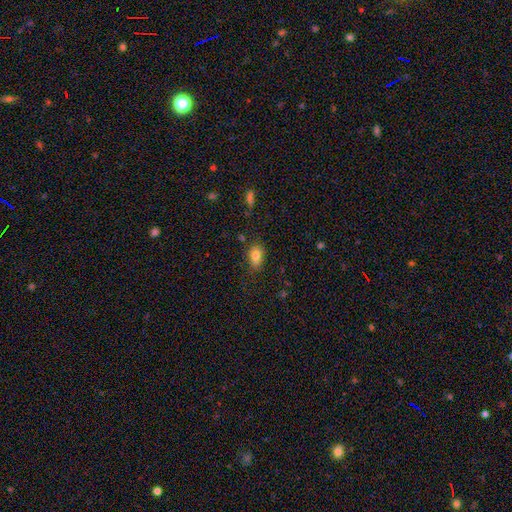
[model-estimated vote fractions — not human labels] Smooth or featured: smooth — 81% (star or artifact — 10%)
How rounded: in between — 82% (round — 15%)
Merging: none — 74% (minor disturbance — 19%)